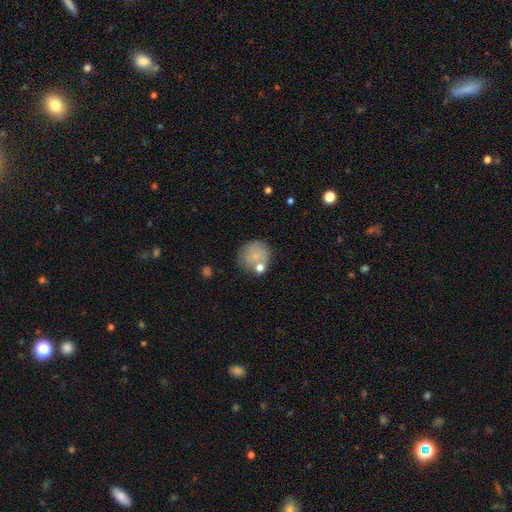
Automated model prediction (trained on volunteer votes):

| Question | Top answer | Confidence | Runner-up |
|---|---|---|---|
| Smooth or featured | smooth | 75% | featured or disk (16%) |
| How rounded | round | 89% | in between (10%) |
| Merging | none | 64% | minor disturbance (17%) |